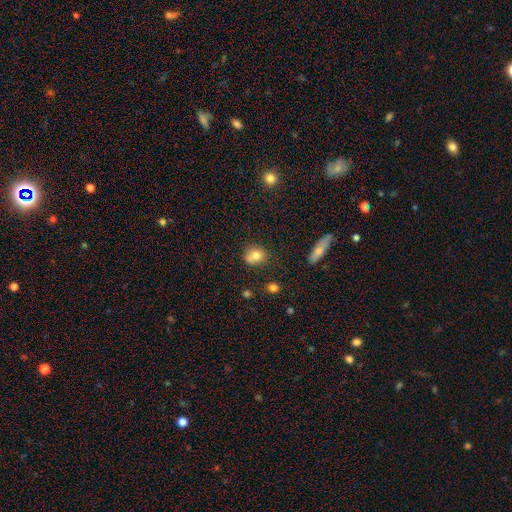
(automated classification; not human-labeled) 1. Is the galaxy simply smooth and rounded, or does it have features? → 77% smooth, 12% featured or disk, 11% star or artifact.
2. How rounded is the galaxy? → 66% round, 33% in between, 1% cigar-shaped.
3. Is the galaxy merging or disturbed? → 58% none, 21% minor disturbance, 16% merger, 6% major disturbance.